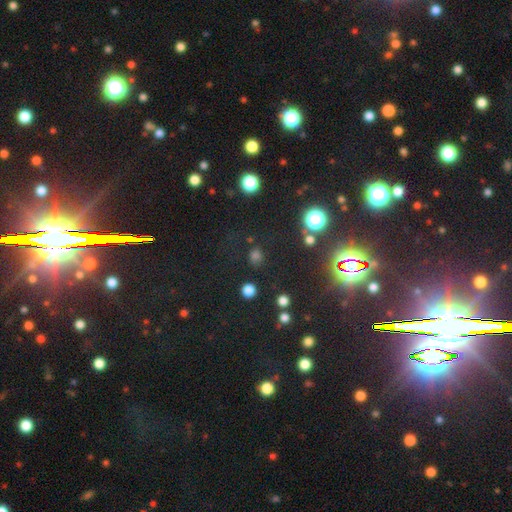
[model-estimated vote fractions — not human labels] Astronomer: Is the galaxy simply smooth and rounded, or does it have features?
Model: star or artifact — 62%.